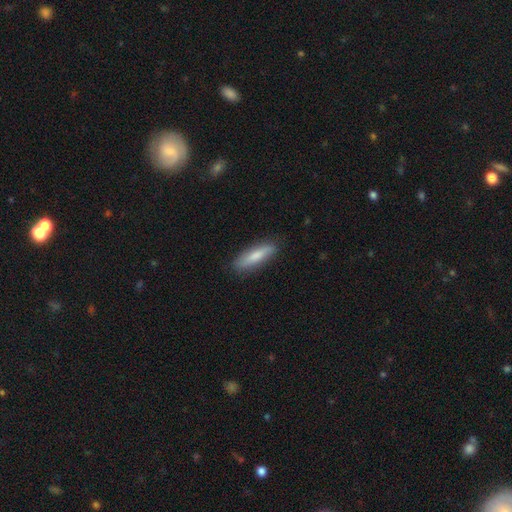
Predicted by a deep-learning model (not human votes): Overall: smooth (76%). How rounded: cigar-shaped (65%; in between 33%). Merging: none (86%).